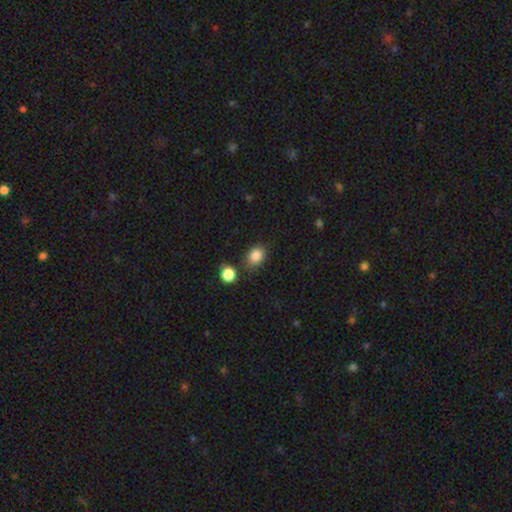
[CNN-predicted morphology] A smooth galaxy with no disk features (85%) that is in between round and cigar-shaped (57%). Merging: none (73%).